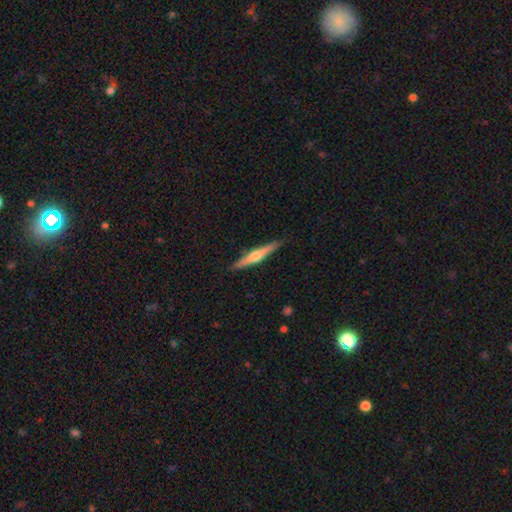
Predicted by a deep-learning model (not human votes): Overall: featured or disk (65%; smooth 30%). Edge-on disk: yes (97%). Edge-on bulge: rounded (88%). Merging: none (89%).